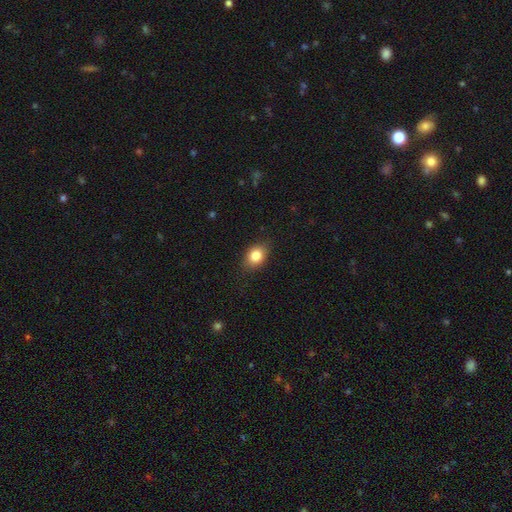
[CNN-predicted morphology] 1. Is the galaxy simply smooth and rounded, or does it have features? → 82% smooth, 9% star or artifact, 9% featured or disk.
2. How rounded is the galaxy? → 65% in between, 33% round, 1% cigar-shaped.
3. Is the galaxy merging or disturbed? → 83% none, 13% minor disturbance, 3% major disturbance, 1% merger.